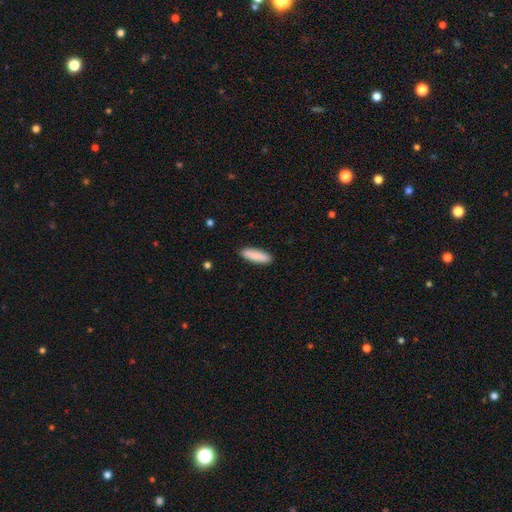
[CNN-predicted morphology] smooth 88%, featured or disk 6%, star or artifact 6%. Down the decision tree: how rounded — cigar-shaped (52%); merging — none (89%).